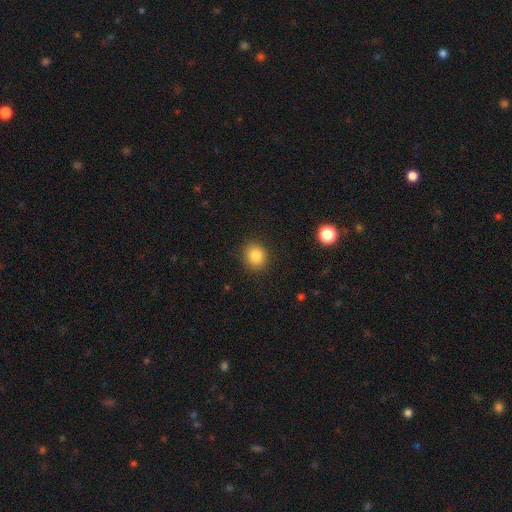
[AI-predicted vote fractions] This is clearly a smooth galaxy (84%). How rounded: likely round (76%). Merging: clearly none (89%).